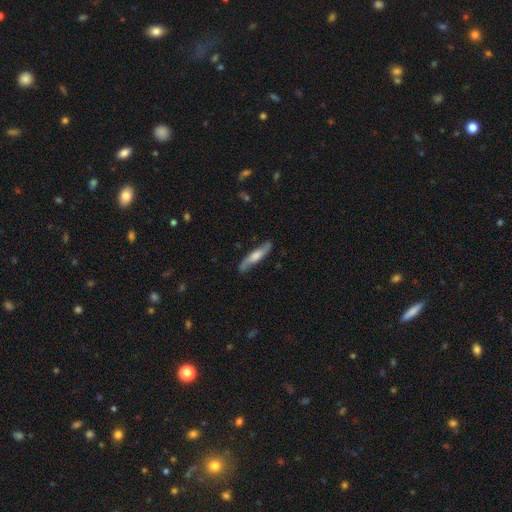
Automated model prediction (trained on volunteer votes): A featured or disk galaxy (59%) viewed edge-on (59%). Merging: none (81%).